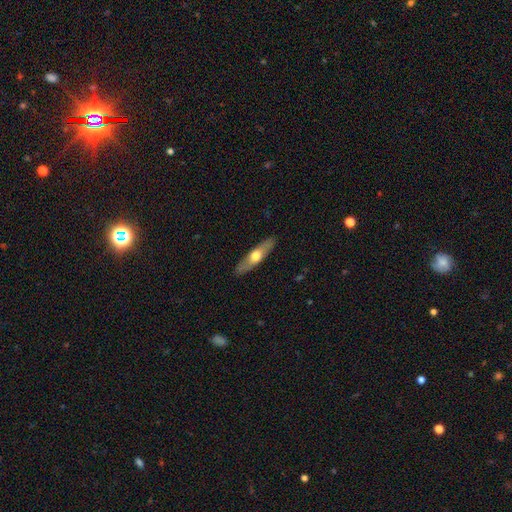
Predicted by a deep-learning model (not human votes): smooth_or_featured: smooth (p=0.48) [alt: featured or disk p=0.47]
merging: none (p=0.89) [alt: minor disturbance p=0.08]